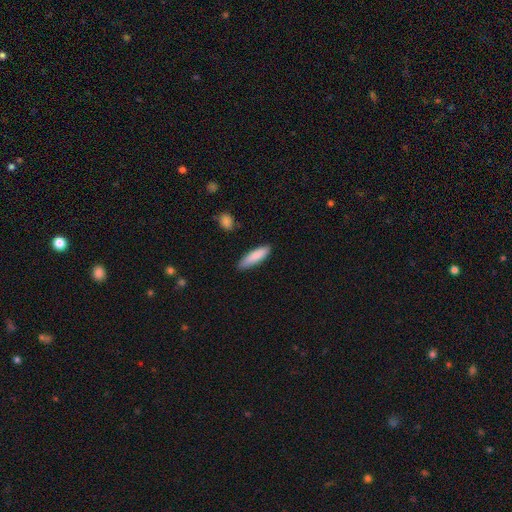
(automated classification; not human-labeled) Smooth or featured: smooth — 86% (featured or disk — 9%)
How rounded: cigar-shaped — 65% (in between — 34%)
Merging: none — 84% (minor disturbance — 12%)